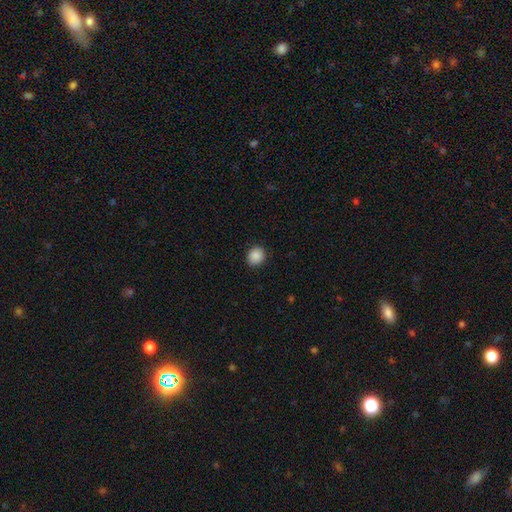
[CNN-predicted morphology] A smooth galaxy with no disk features (89%) that is round (78%). Merging: none (87%).